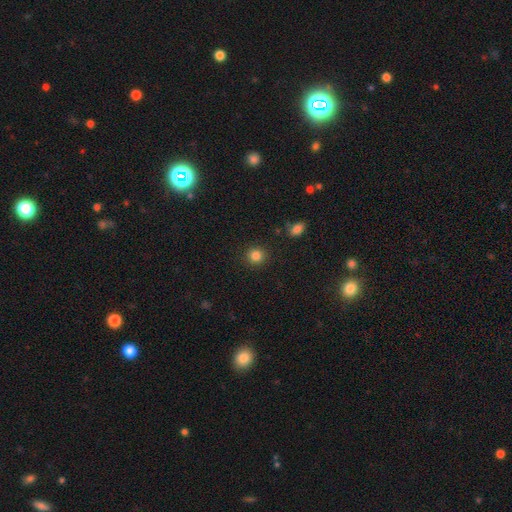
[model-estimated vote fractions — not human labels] This appears to be a smooth galaxy with no disk features (84%) that is round (91%). Merging: none (90%).